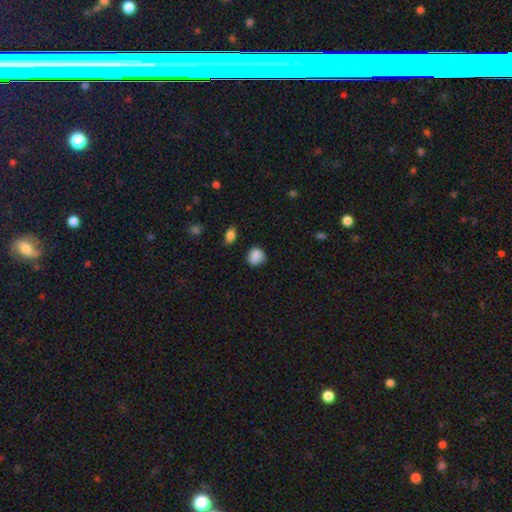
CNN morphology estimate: Smooth or featured? Predicted: smooth (p=0.85). How rounded? Predicted: round (p=0.76). Merging? Predicted: none (p=0.70).